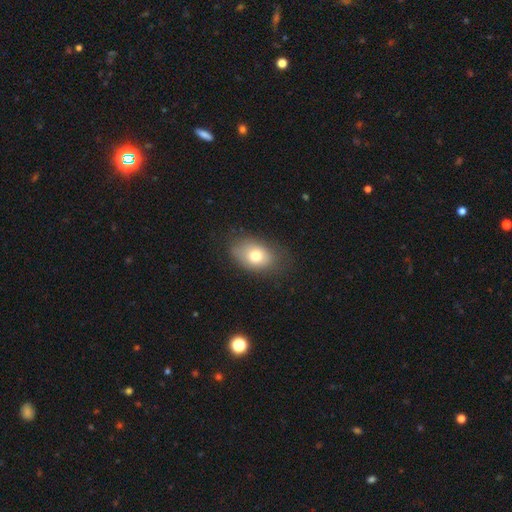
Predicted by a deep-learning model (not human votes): smooth-or-featured: smooth: 76% | featured or disk: 15% | star or artifact: 9%
  how-rounded: in between: 82% | round: 16% | cigar-shaped: 1%
  merging: none: 72% | minor disturbance: 20% | major disturbance: 7% | merger: 1%